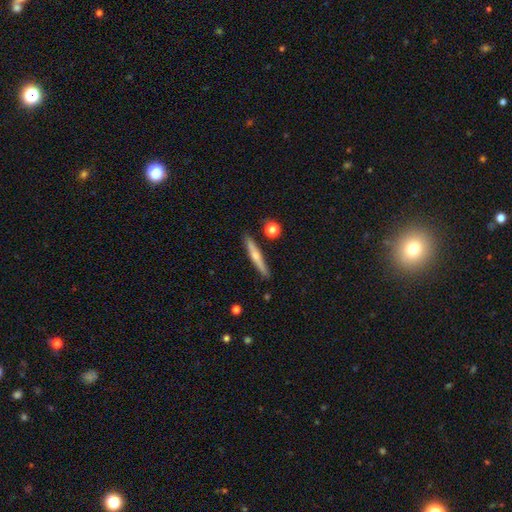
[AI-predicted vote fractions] featured or disk 52%, smooth 42%, star or artifact 6%. Down the decision tree: edge-on disk — yes (95%); merging — none (87%).